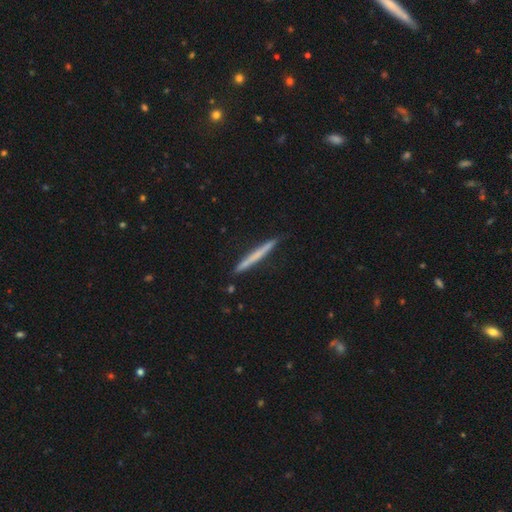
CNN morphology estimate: Smooth or featured? Predicted: smooth (p=0.57). How rounded? Predicted: cigar-shaped (p=0.97). Merging? Predicted: none (p=0.91).